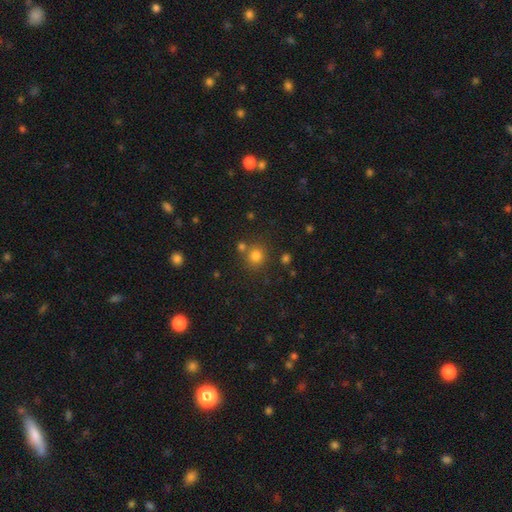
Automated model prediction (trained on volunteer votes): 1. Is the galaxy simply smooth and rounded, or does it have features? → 79% smooth, 15% star or artifact, 6% featured or disk.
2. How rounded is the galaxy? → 89% round, 10% in between, 1% cigar-shaped.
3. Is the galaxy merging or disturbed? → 73% none, 15% merger, 9% minor disturbance, 3% major disturbance.